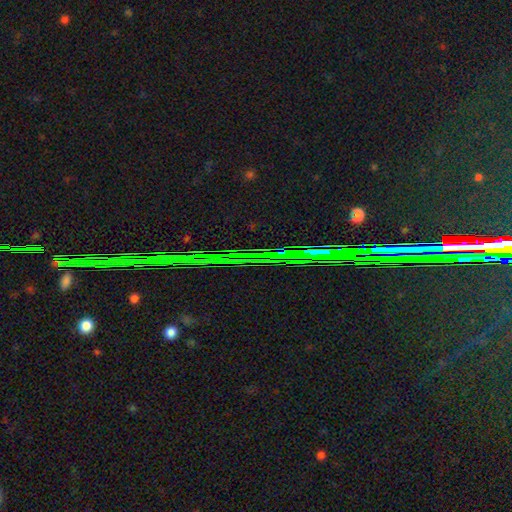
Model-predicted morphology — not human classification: Smooth or featured: star or artifact — 86% (featured or disk — 8%)